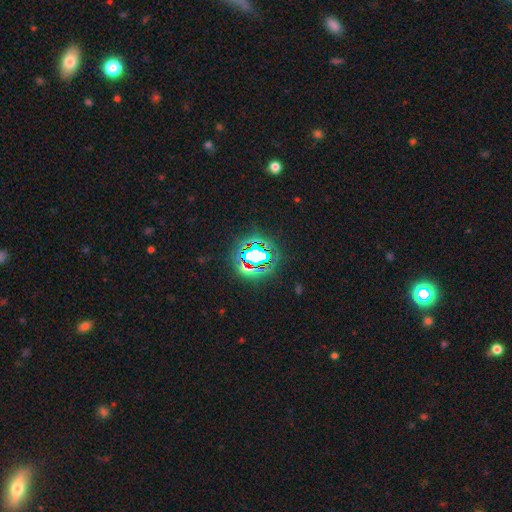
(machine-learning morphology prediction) The model was most divided on "smooth or featured": star or artifact: 67%, smooth: 20%, featured or disk: 13%.